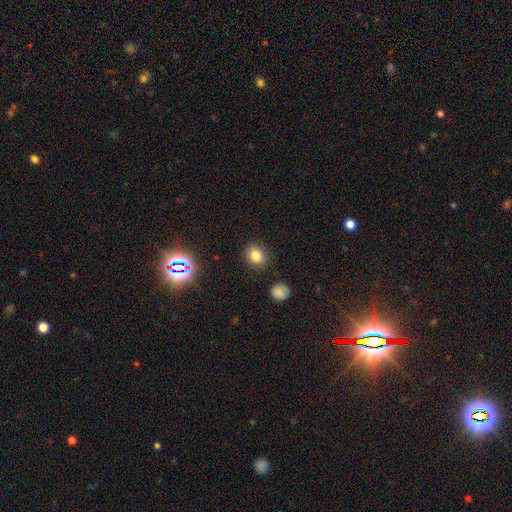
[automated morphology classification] smooth-or-featured: smooth: 80% | star or artifact: 13% | featured or disk: 7%
  how-rounded: round: 57% | in between: 42% | cigar-shaped: 1%
  merging: none: 86% | minor disturbance: 9% | major disturbance: 3% | merger: 2%